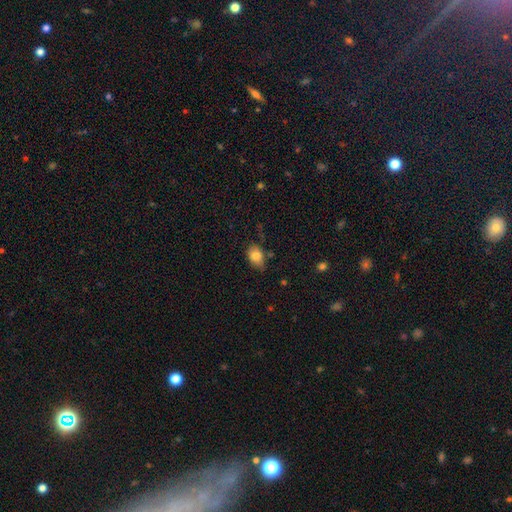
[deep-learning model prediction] The model was most divided on "merging": none: 58%, minor disturbance: 32%, major disturbance: 7%, merger: 4%. More confident: smooth or featured — smooth (80%); how rounded — in between (79%).